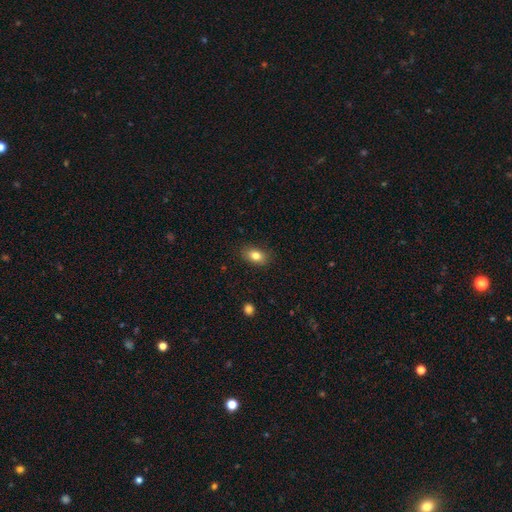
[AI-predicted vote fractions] The model was most divided on "how rounded": in between: 83%, round: 16%, cigar-shaped: 2%. More confident: merging — none (86%); smooth or featured — smooth (82%).